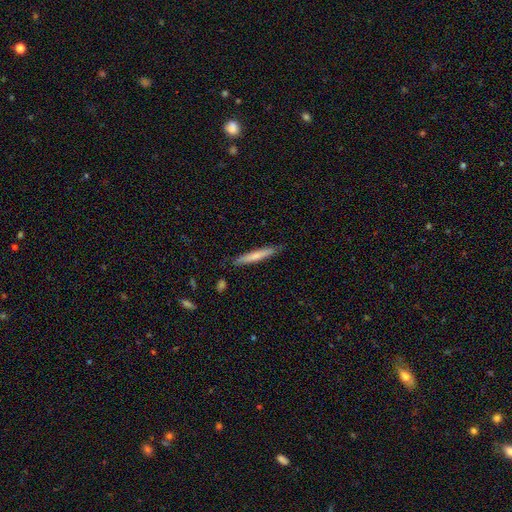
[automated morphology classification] smooth_or_featured: smooth (p=0.66) [alt: featured or disk p=0.28]
how_rounded: cigar-shaped (p=0.95) [alt: in between p=0.04]
merging: none (p=0.84) [alt: minor disturbance p=0.12]